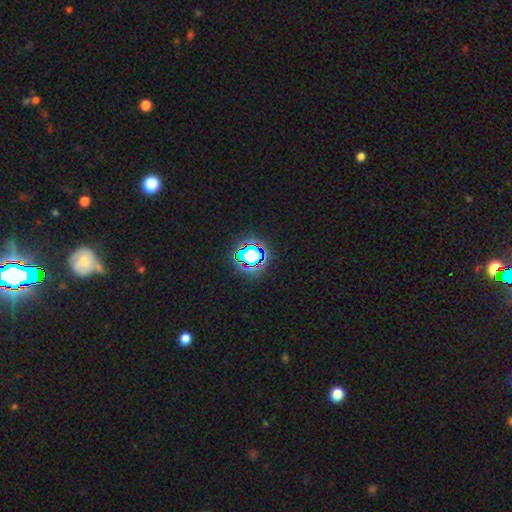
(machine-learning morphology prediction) smooth-or-featured: star or artifact: 62% | smooth: 26% | featured or disk: 12%